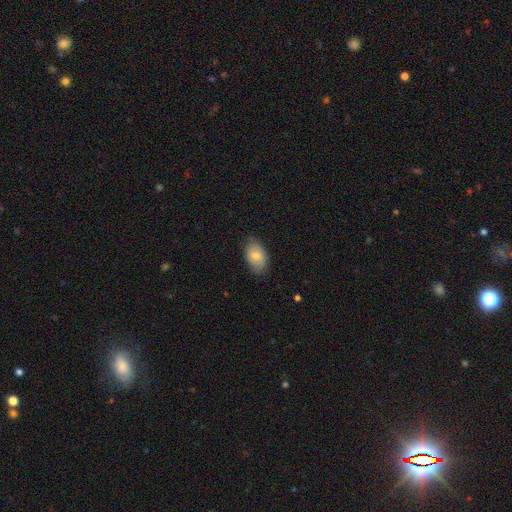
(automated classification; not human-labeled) smooth_or_featured: smooth (p=0.68) [alt: featured or disk p=0.25]
how_rounded: in between (p=0.90) [alt: round p=0.09]
merging: none (p=0.80) [alt: minor disturbance p=0.16]